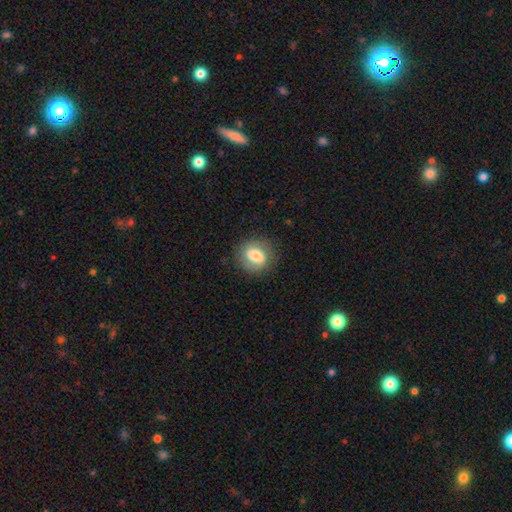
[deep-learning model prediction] smooth-or-featured: smooth: 60% | featured or disk: 32% | star or artifact: 8%
  how-rounded: round: 57% | in between: 41% | cigar-shaped: 1%
  merging: none: 81% | minor disturbance: 13% | major disturbance: 5% | merger: 1%